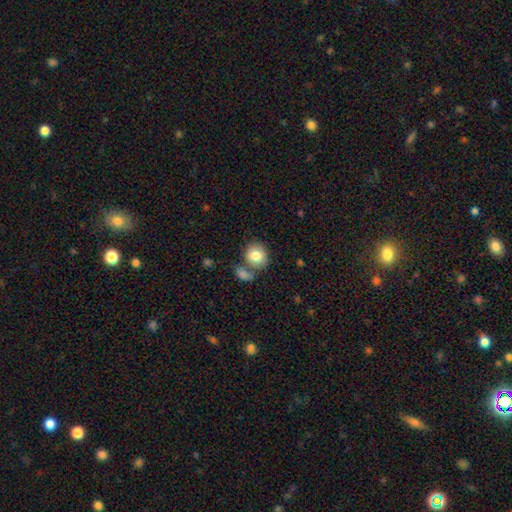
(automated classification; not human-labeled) smooth 80%, featured or disk 11%, star or artifact 8%. Down the decision tree: how rounded — round (77%); merging — none (58%).